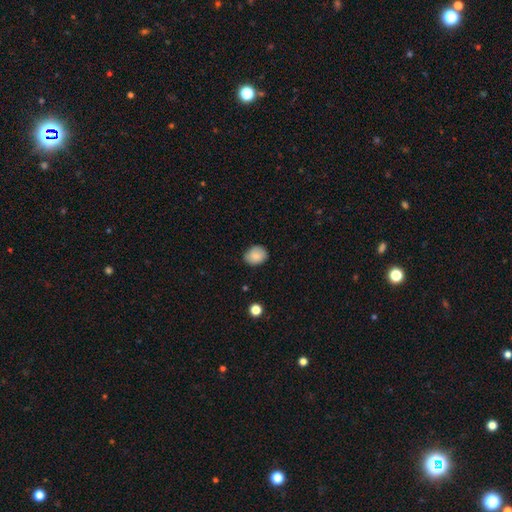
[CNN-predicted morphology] smooth-or-featured: smooth: 85% | star or artifact: 8% | featured or disk: 7%
  how-rounded: in between: 51% | round: 48% | cigar-shaped: 1%
  merging: none: 81% | minor disturbance: 15% | major disturbance: 3% | merger: 1%